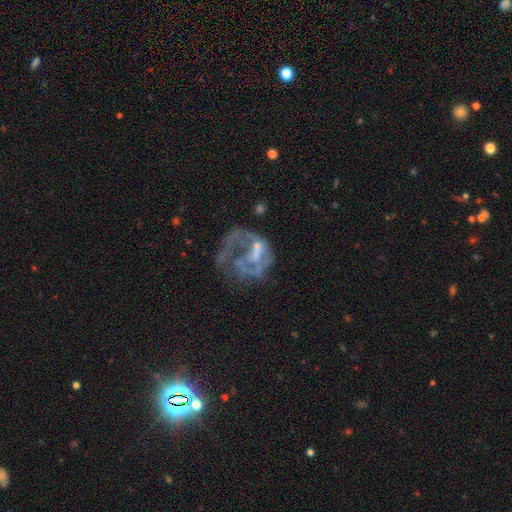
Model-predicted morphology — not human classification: Smooth or featured: featured or disk — 69% (star or artifact — 16%)
Edge-on disk: no — 98% (yes — 2%)
Bar: no — 67% (weak — 25%)
Spiral arms: no — 58% (yes — 42%)
Bulge size: none — 55% (small — 25%)
Merging: major disturbance — 48% (none — 31%)